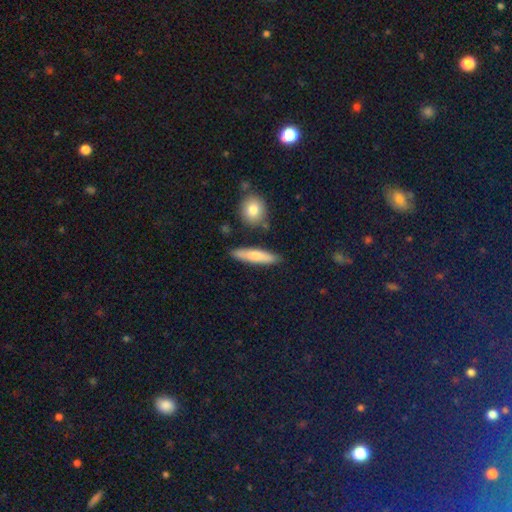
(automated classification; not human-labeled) Q: Smooth or featured?
A: smooth (71%); runner-up: featured or disk (23%)
Q: How rounded?
A: cigar-shaped (78%); runner-up: in between (19%)
Q: Merging?
A: none (83%); runner-up: minor disturbance (10%)